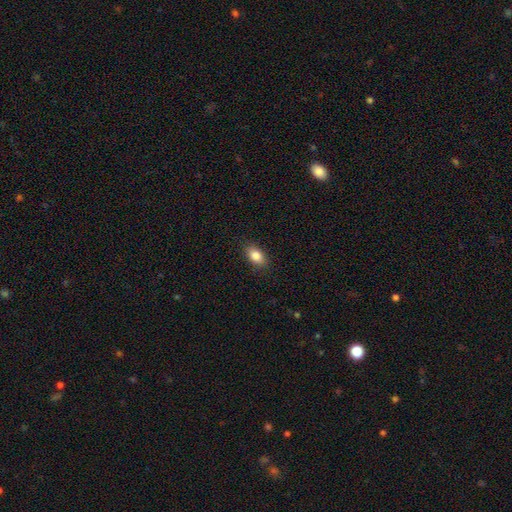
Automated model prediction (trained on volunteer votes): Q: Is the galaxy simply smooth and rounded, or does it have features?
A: smooth — 86%.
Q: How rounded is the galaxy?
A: in between — 89%.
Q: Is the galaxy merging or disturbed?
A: none — 87%.